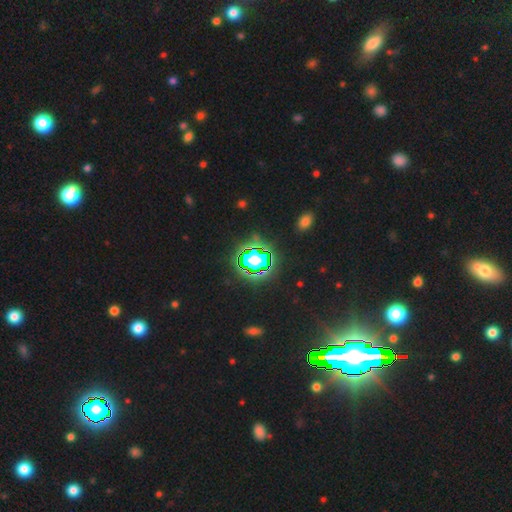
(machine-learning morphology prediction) This is clearly a star or artifact rather than a galaxy (82%).